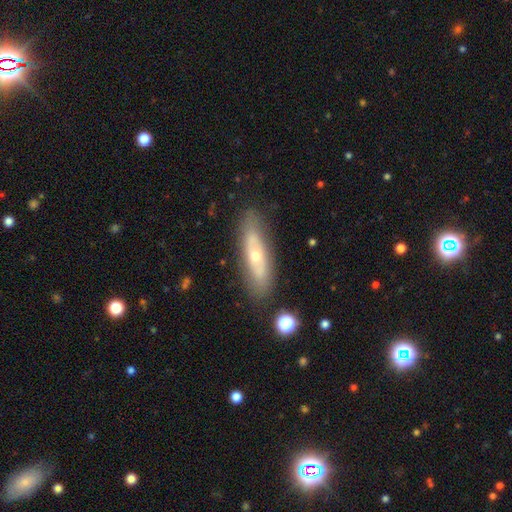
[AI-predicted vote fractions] Smooth or featured? featured or disk (56%)
Edge-on disk? no (59%)
Merging? none (81%)